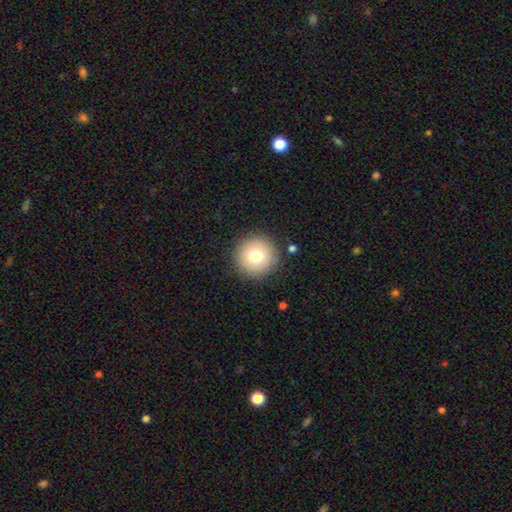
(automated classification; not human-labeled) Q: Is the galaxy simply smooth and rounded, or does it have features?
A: smooth — 75%.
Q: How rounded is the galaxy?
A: round — 96%.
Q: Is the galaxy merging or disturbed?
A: none — 90%.